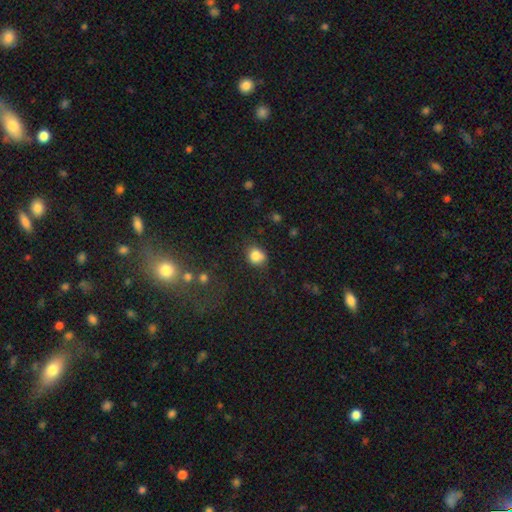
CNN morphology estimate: A smooth galaxy with no disk features (83%) that is round (72%). Merging: none (68%).